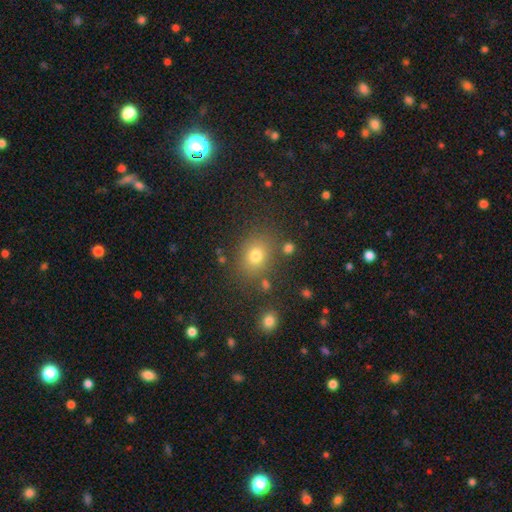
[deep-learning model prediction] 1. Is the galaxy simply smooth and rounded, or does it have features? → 74% smooth, 17% star or artifact, 9% featured or disk.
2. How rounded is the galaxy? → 58% round, 41% in between, 1% cigar-shaped.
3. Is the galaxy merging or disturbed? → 80% none, 10% minor disturbance, 5% merger, 4% major disturbance.